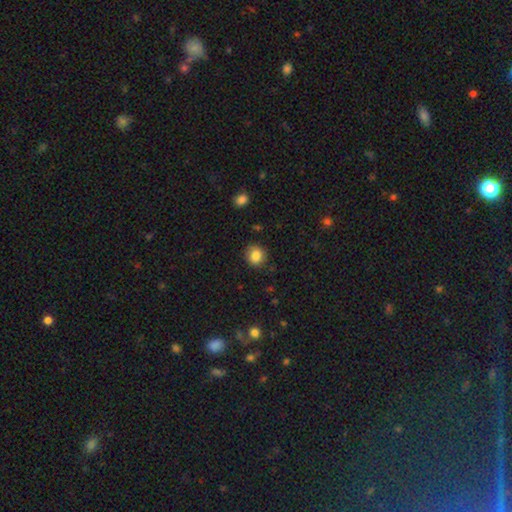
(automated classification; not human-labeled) Overall: smooth (85%). How rounded: round (84%). Merging: none (86%).